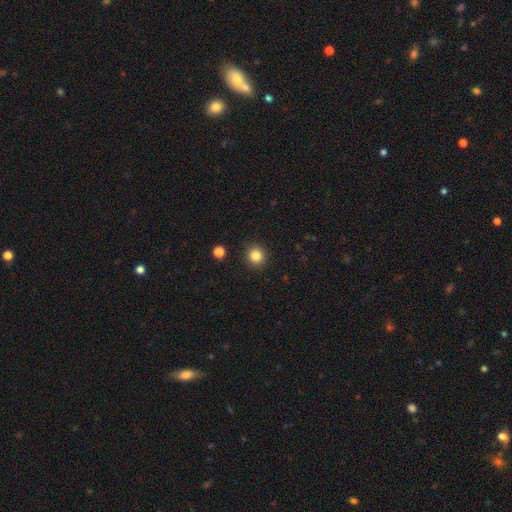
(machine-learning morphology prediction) Smooth or featured?
  - smooth: 84% *
  - star or artifact: 11%
  - featured or disk: 5%
How rounded?
  - round: 90% *
  - in between: 9%
  - cigar-shaped: 1%
Merging?
  - none: 90% *
  - minor disturbance: 6%
  - major disturbance: 2%
  - merger: 2%